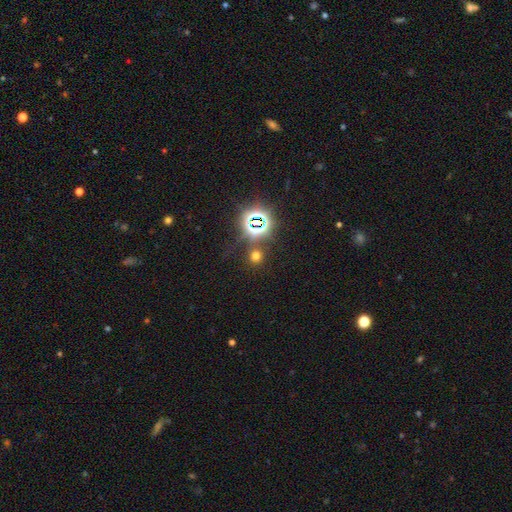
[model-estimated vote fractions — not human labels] Smooth or featured?
  - smooth: 57% *
  - star or artifact: 37%
  - featured or disk: 6%
How rounded?
  - round: 86% *
  - in between: 12%
  - cigar-shaped: 1%
Merging?
  - none: 80% *
  - minor disturbance: 8%
  - merger: 8%
  - major disturbance: 4%